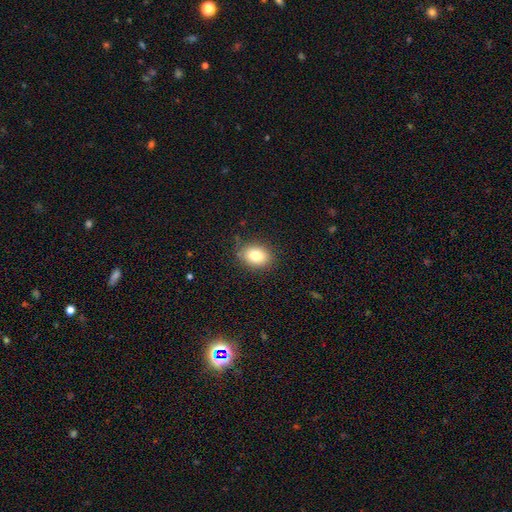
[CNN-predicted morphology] The model was most divided on "how rounded": in between: 62%, round: 37%, cigar-shaped: 1%. More confident: merging — none (84%); smooth or featured — smooth (82%).